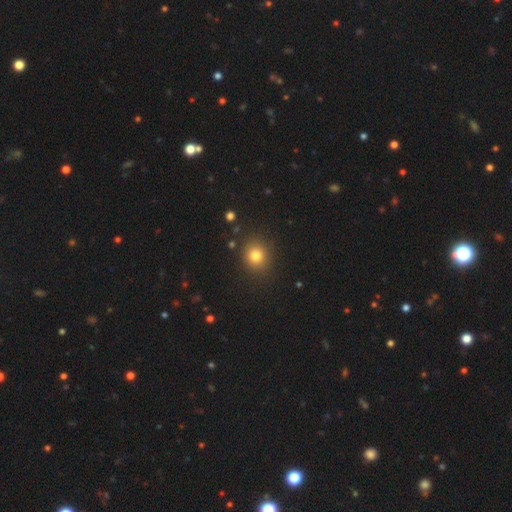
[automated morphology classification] Smooth or featured: smooth — 79% (star or artifact — 13%)
How rounded: round — 83% (in between — 16%)
Merging: none — 88% (minor disturbance — 8%)